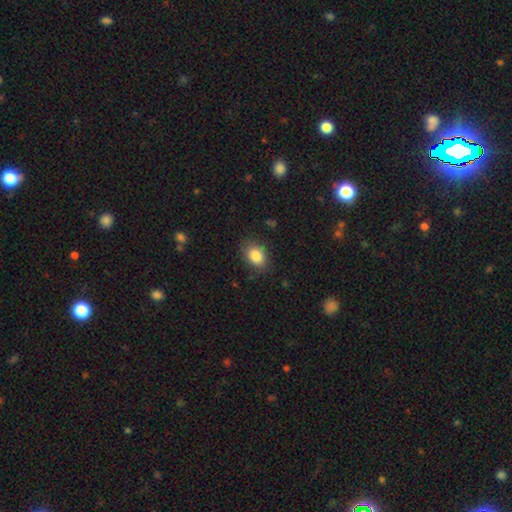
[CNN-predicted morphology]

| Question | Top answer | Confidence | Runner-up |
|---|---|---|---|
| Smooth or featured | smooth | 86% | star or artifact (8%) |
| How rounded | in between | 72% | round (27%) |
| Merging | none | 81% | minor disturbance (14%) |